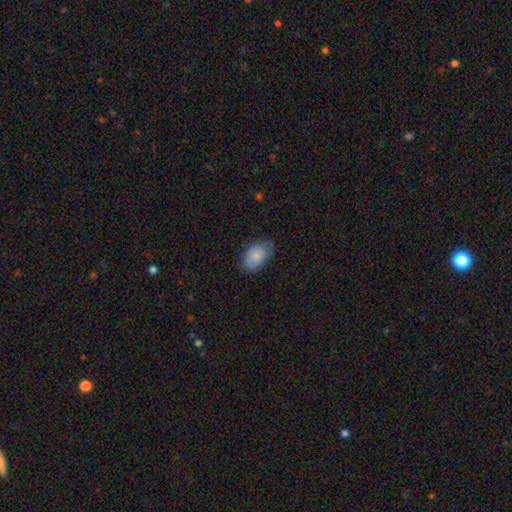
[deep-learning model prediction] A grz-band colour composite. It shows a smooth galaxy with no disk features (83%) that is in between round and cigar-shaped (92%). Merging: none (73%).